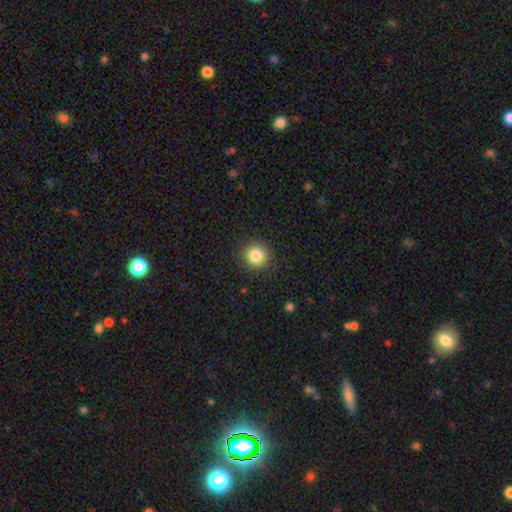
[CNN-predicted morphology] Q: Smooth or featured?
A: smooth (84%); runner-up: star or artifact (10%)
Q: How rounded?
A: round (94%); runner-up: in between (5%)
Q: Merging?
A: none (91%); runner-up: minor disturbance (6%)